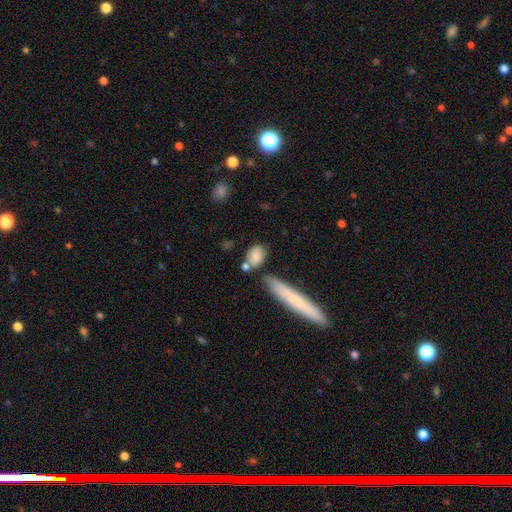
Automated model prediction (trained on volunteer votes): This is clearly a smooth galaxy (81%). How rounded: likely in between (69%). Merging: possibly none (58%).